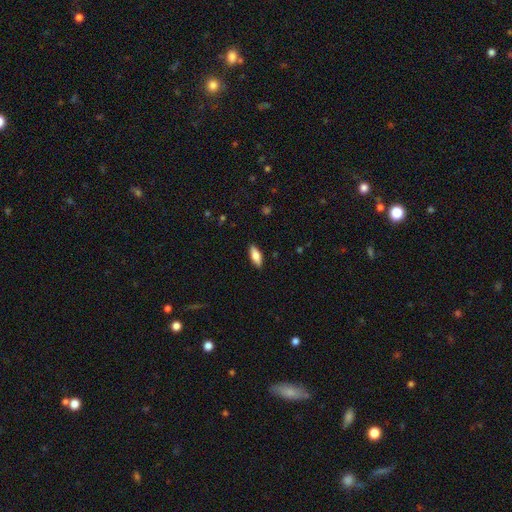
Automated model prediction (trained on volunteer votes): The model was most divided on "how rounded": in between: 74%, cigar-shaped: 24%, round: 2%. More confident: merging — none (89%); smooth or featured — smooth (78%).